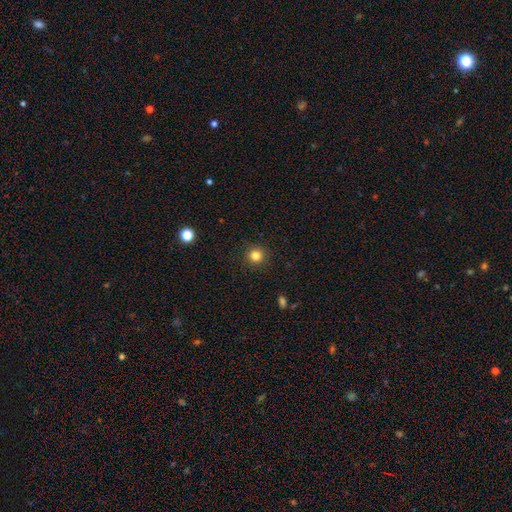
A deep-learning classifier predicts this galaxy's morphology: Q: Smooth or featured?
A: smooth (82%); runner-up: star or artifact (12%)
Q: How rounded?
A: round (94%); runner-up: in between (5%)
Q: Merging?
A: none (91%); runner-up: minor disturbance (6%)